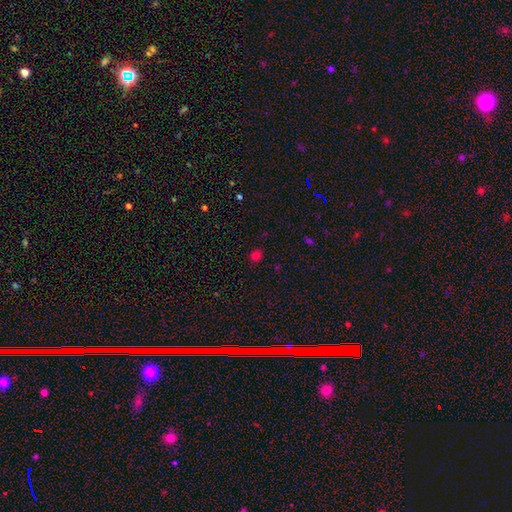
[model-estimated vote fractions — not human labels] smooth-or-featured: smooth: 74% | star or artifact: 21% | featured or disk: 5%
  how-rounded: round: 76% | in between: 23% | cigar-shaped: 1%
  merging: none: 86% | minor disturbance: 10% | major disturbance: 3% | merger: 1%